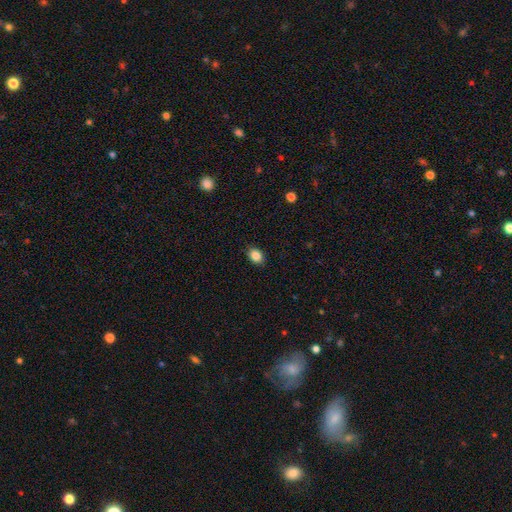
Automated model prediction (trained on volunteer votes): smooth 87%, star or artifact 9%, featured or disk 4%. Down the decision tree: how rounded — in between (69%); merging — none (88%).